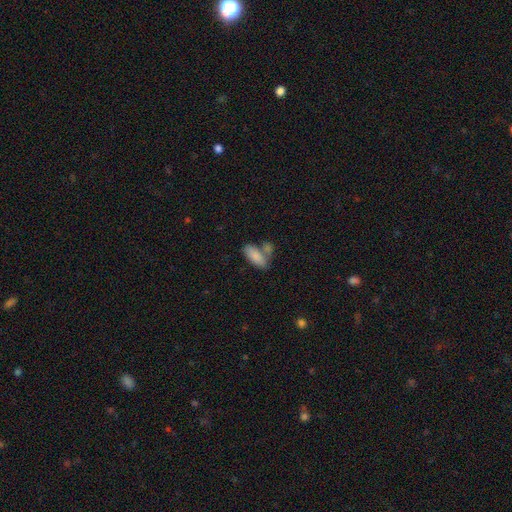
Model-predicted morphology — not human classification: Smooth or featured: smooth — 85% (featured or disk — 8%)
How rounded: in between — 87% (cigar-shaped — 11%)
Merging: none — 47% (merger — 35%)